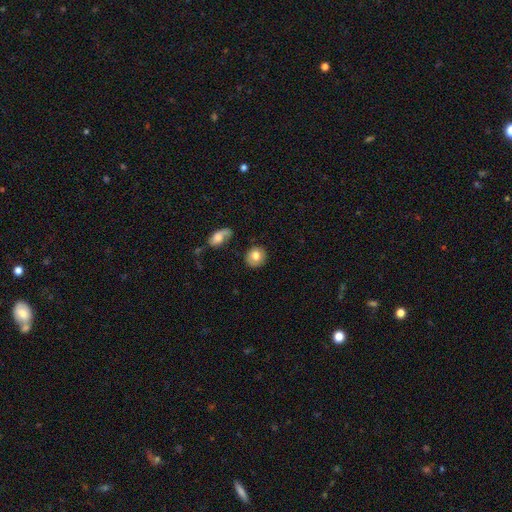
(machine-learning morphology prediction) The model was most divided on "smooth or featured": smooth: 75%, featured or disk: 17%, star or artifact: 8%. More confident: how rounded — round (82%); merging — none (81%).